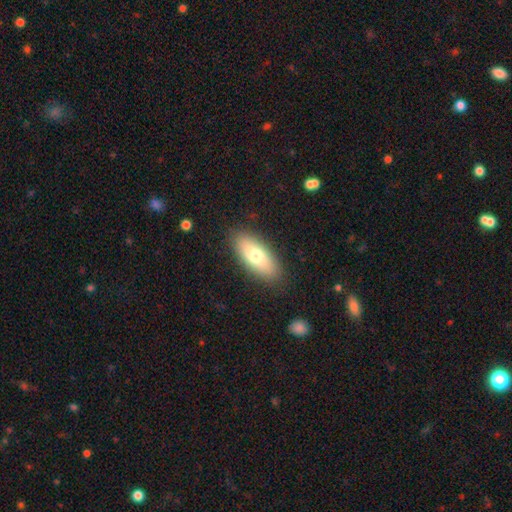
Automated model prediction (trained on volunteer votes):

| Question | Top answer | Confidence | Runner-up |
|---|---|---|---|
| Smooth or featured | smooth | 73% | featured or disk (21%) |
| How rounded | in between | 81% | cigar-shaped (16%) |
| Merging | none | 87% | minor disturbance (9%) |